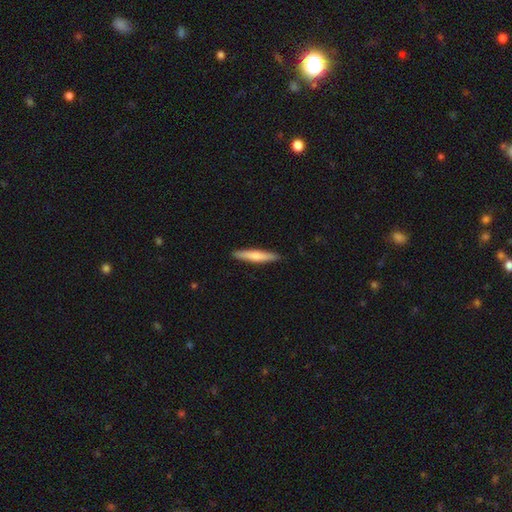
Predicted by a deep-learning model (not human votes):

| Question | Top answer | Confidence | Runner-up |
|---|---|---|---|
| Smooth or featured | smooth | 65% | featured or disk (30%) |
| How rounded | cigar-shaped | 91% | in between (8%) |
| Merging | none | 91% | minor disturbance (7%) |